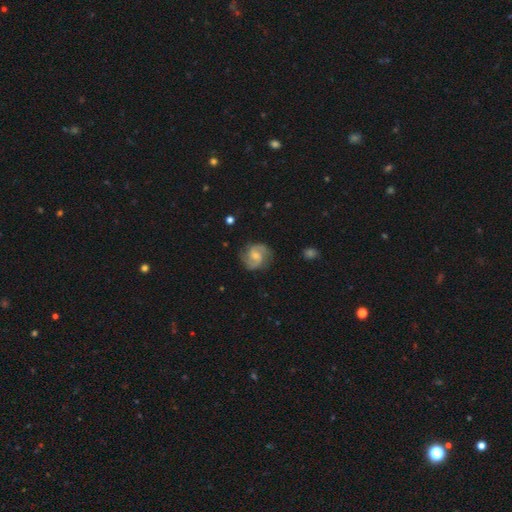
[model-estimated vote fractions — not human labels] smooth-or-featured: featured or disk: 81% | smooth: 14% | star or artifact: 6%
  disk-edge-on: no: 98% | yes: 2%
    bar: weak: 48% | no: 42% | strong: 10%
    has-spiral-arms: yes: 96% | no: 4%
      spiral-winding: medium: 52% | tight: 27% | loose: 21%
      spiral-arm-count: 2: 89% | can't tell: 5% | 3: 2% | 1: 2% | 4: 1% | more than 4: 1%
    bulge-size: small: 49% | moderate: 40% | none: 7% | large: 3% | dominant: 1%
  merging: none: 79% | minor disturbance: 15% | major disturbance: 5% | merger: 1%